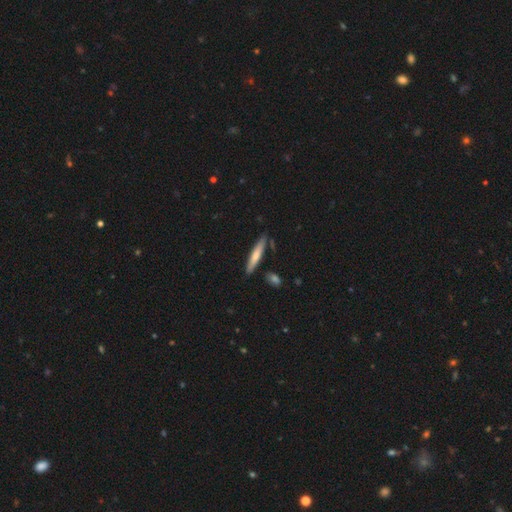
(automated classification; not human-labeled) smooth 63%, featured or disk 31%, star or artifact 5%. Down the decision tree: how rounded — cigar-shaped (90%); merging — none (83%).